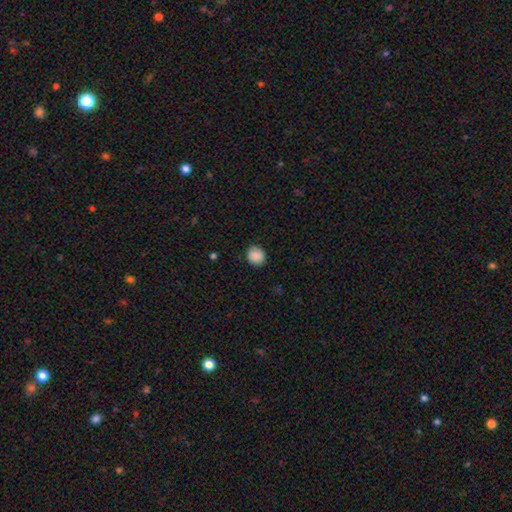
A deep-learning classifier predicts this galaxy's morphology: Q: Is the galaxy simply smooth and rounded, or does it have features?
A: smooth — 88%.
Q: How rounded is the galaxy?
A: round — 80%.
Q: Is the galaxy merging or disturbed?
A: none — 85%.